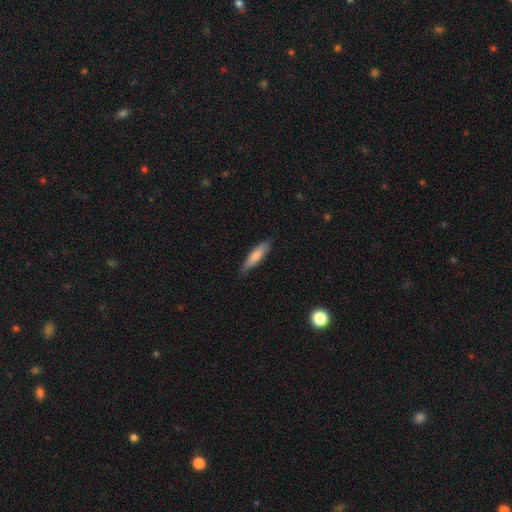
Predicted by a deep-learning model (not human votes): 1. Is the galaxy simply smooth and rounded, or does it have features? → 76% smooth, 19% featured or disk, 6% star or artifact.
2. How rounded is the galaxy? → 70% cigar-shaped, 29% in between, 2% round.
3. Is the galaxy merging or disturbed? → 82% none, 15% minor disturbance, 2% major disturbance, 1% merger.